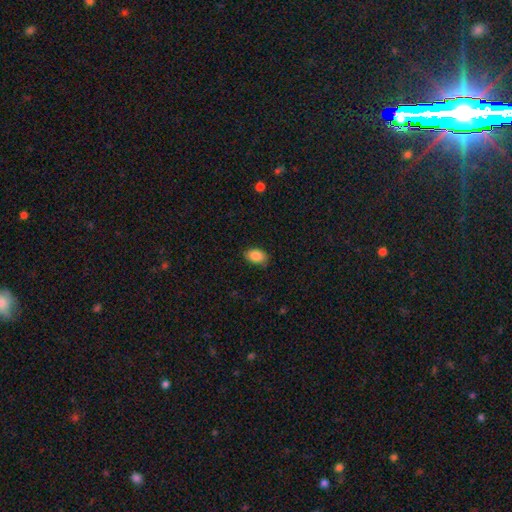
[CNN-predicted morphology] smooth 87%, star or artifact 7%, featured or disk 5%. Down the decision tree: how rounded — in between (89%); merging — none (83%).